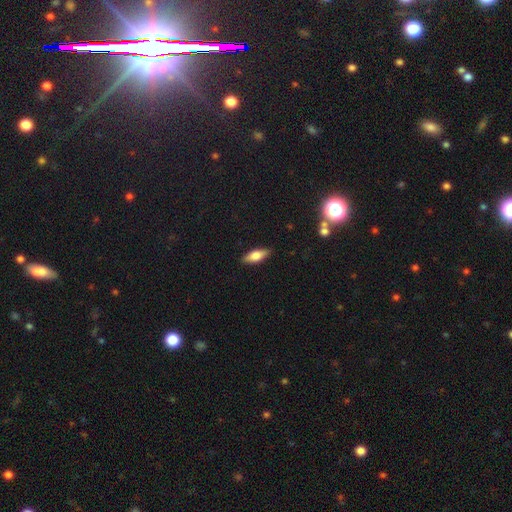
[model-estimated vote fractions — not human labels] This is likely a smooth galaxy (66%). How rounded: likely in between (67%). Merging: clearly none (88%).